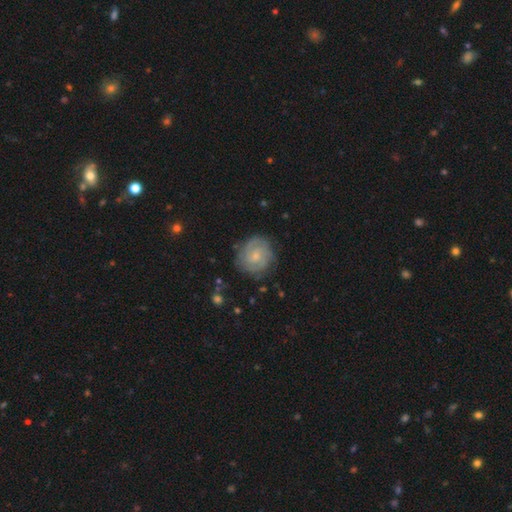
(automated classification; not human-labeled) Smooth or featured?
  - featured or disk: 70% *
  - smooth: 24%
  - star or artifact: 6%
Edge-on disk?
  - no: 98% *
  - yes: 2%
Bar?
  - no: 58% *
  - weak: 37%
  - strong: 5%
Spiral arms?
  - yes: 92% *
  - no: 8%
Spiral winding?
  - tight: 63% *
  - medium: 30%
  - loose: 8%
Spiral arm count?
  - 2: 47% *
  - can't tell: 26%
  - 3: 15%
  - 4: 4%
  - 1: 4%
  - more than 4: 3%
Bulge size?
  - small: 59% *
  - moderate: 30%
  - none: 9%
  - large: 2%
  - dominant: 1%
Merging?
  - none: 78% *
  - minor disturbance: 16%
  - major disturbance: 5%
  - merger: 1%